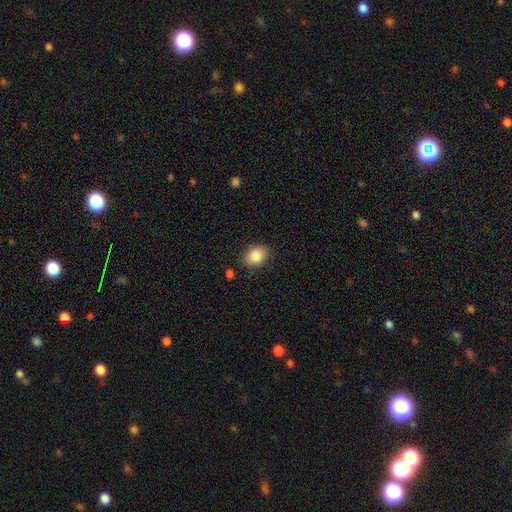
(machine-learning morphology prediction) A smooth galaxy with no disk features (84%) that is in between round and cigar-shaped (59%). Merging: none (84%).